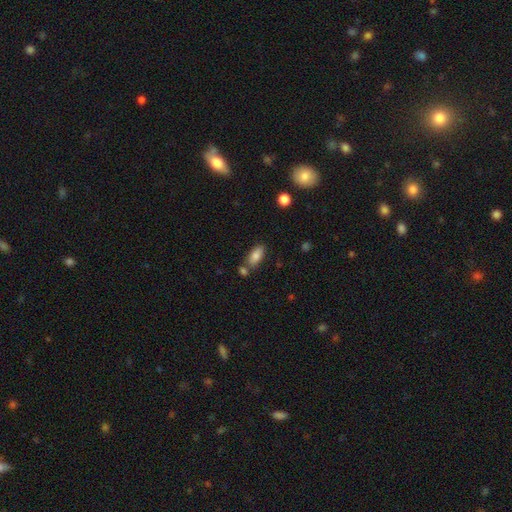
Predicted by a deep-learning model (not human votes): This is clearly a smooth galaxy (83%). How rounded: clearly in between (86%). Merging: likely none (66%).